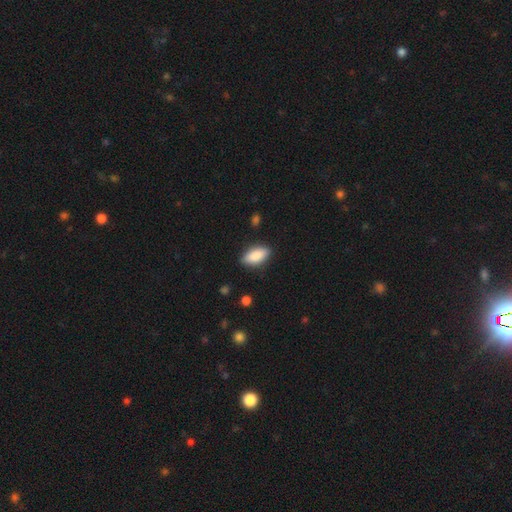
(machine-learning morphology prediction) A smooth galaxy with no disk features (86%) that is in between round and cigar-shaped (87%).

Vote fractions:
- Smooth or featured? smooth: 86% / featured or disk: 8% / star or artifact: 6%
- How rounded? in between: 87% / cigar-shaped: 10% / round: 3%
- Merging? none: 86% / minor disturbance: 11% / major disturbance: 2% / merger: 1%